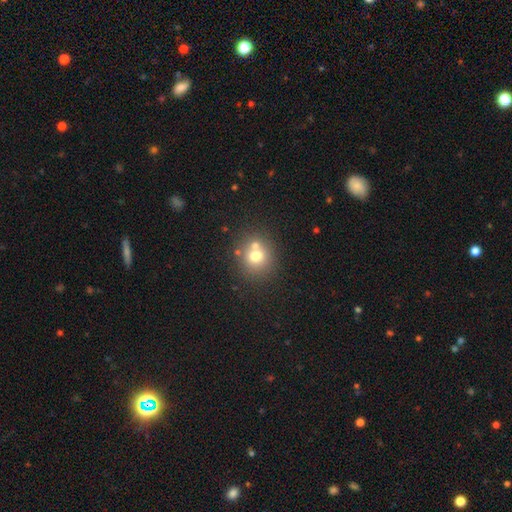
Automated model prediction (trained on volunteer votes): This appears to be a smooth galaxy with no disk features (68%) that is round (85%). Merging: none (58%).